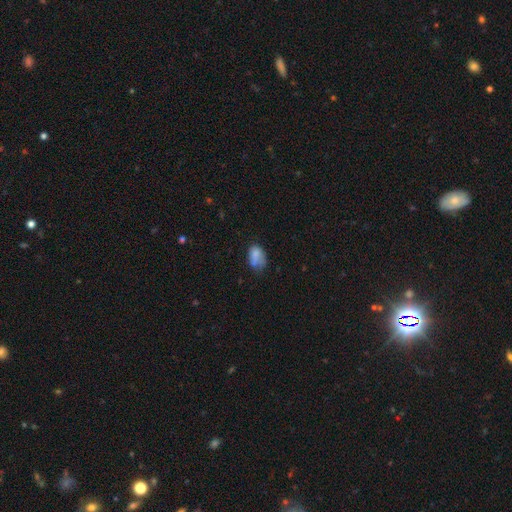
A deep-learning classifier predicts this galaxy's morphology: Q: Smooth or featured?
A: smooth (74%); runner-up: featured or disk (15%)
Q: How rounded?
A: in between (82%); runner-up: round (17%)
Q: Merging?
A: none (40%); runner-up: minor disturbance (33%)